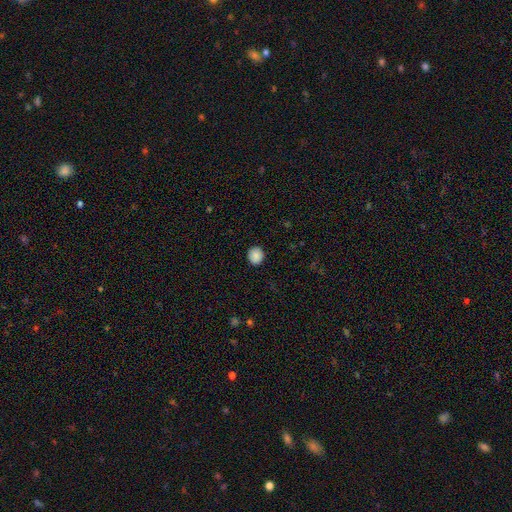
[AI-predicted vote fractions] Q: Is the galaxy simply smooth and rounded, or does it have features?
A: smooth — 88%.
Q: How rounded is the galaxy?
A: round — 83%.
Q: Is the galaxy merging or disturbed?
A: none — 90%.